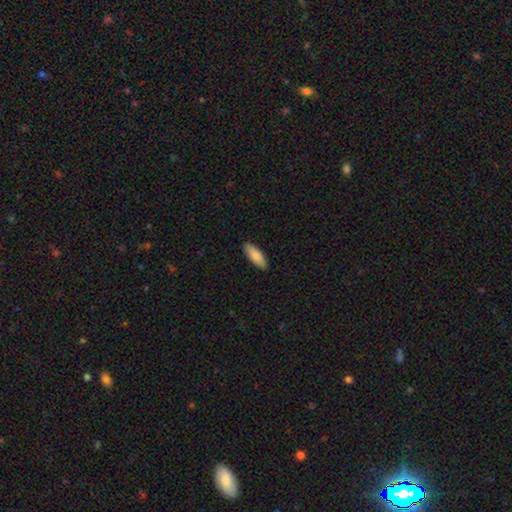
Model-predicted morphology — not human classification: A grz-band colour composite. It shows a smooth galaxy with no disk features (84%) that is in between round and cigar-shaped (63%). Merging: none (89%).